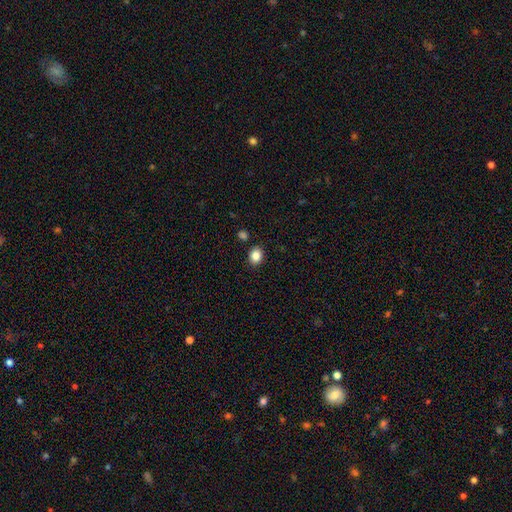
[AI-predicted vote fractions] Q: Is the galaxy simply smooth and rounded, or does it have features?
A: smooth — 85%.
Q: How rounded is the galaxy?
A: round — 53%.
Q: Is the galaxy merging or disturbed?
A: none — 88%.